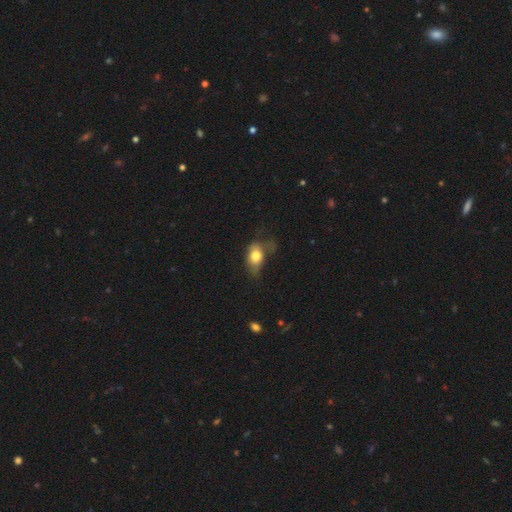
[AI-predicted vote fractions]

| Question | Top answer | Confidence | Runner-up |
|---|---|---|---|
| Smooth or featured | smooth | 72% | featured or disk (19%) |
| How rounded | in between | 76% | round (21%) |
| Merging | minor disturbance | 34% | major disturbance (33%) |